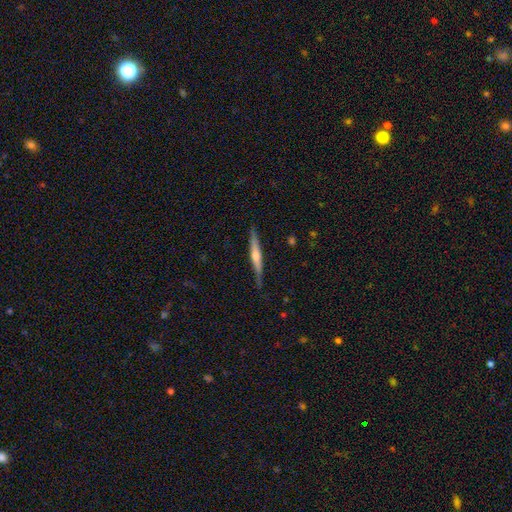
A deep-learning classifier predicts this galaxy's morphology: A featured or disk galaxy (60%) viewed edge-on (96%) with a rounded central bulge (78%).

Vote fractions:
- Smooth or featured? featured or disk: 60% / smooth: 35% / star or artifact: 6%
- Edge-on disk? yes: 96% / no: 4%
- Edge-on bulge? rounded: 78% / none: 16% / boxy: 6%
- Merging? none: 81% / minor disturbance: 15% / major disturbance: 3% / merger: 1%